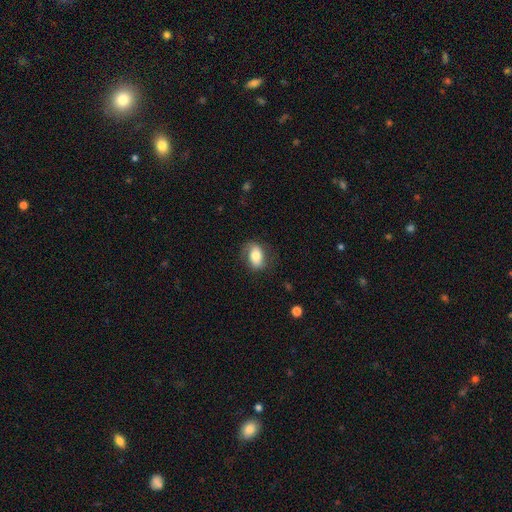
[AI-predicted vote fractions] Smooth or featured: smooth — 68% (featured or disk — 24%)
How rounded: in between — 83% (round — 15%)
Merging: none — 72% (minor disturbance — 19%)